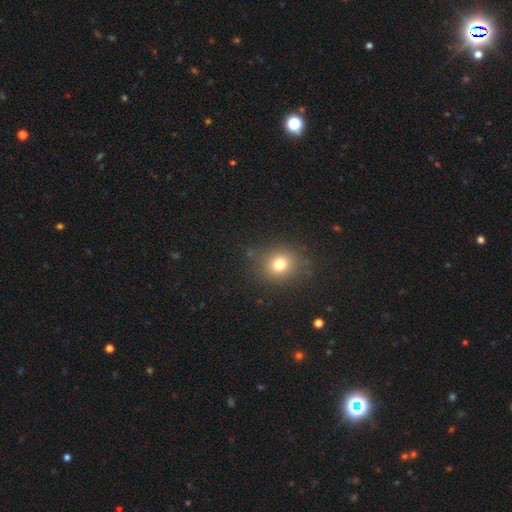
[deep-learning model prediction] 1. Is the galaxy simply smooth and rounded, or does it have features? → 67% smooth, 25% star or artifact, 8% featured or disk.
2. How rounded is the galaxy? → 80% round, 19% in between, 1% cigar-shaped.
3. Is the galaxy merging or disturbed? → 86% none, 9% minor disturbance, 3% major disturbance, 2% merger.